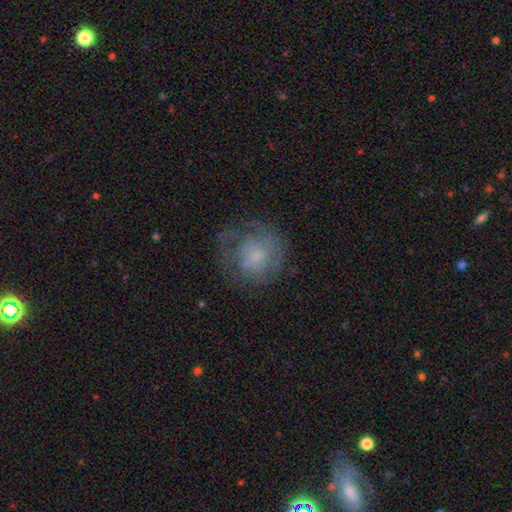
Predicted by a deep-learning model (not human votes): Smooth or featured?
  - featured or disk: 52% *
  - smooth: 37%
  - star or artifact: 11%
Edge-on disk?
  - no: 97% *
  - yes: 3%
Bar?
  - no: 74% *
  - weak: 23%
  - strong: 3%
Spiral arms?
  - yes: 60% *
  - no: 40%
Bulge size?
  - small: 48% *
  - moderate: 30%
  - none: 16%
  - large: 4%
  - dominant: 1%
Merging?
  - none: 57% *
  - major disturbance: 21%
  - minor disturbance: 20%
  - merger: 2%